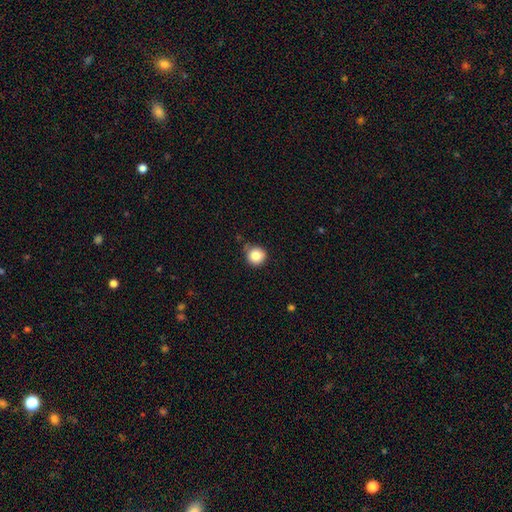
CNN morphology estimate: Smooth or featured? smooth (85%)
How rounded? round (94%)
Merging? none (77%)